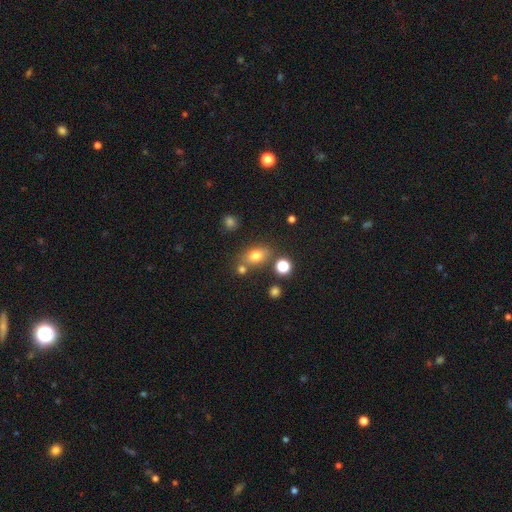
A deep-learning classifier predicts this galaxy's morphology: Smooth or featured? smooth (74%)
How rounded? in between (72%)
Merging? none (67%)